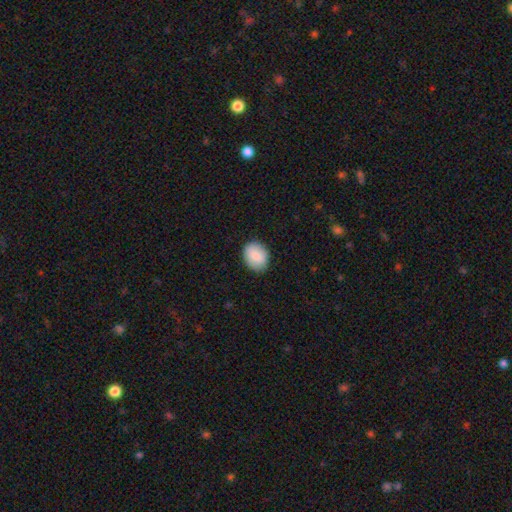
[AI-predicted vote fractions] Smooth or featured: smooth — 85% (featured or disk — 8%)
How rounded: in between — 63% (round — 36%)
Merging: none — 84% (minor disturbance — 13%)